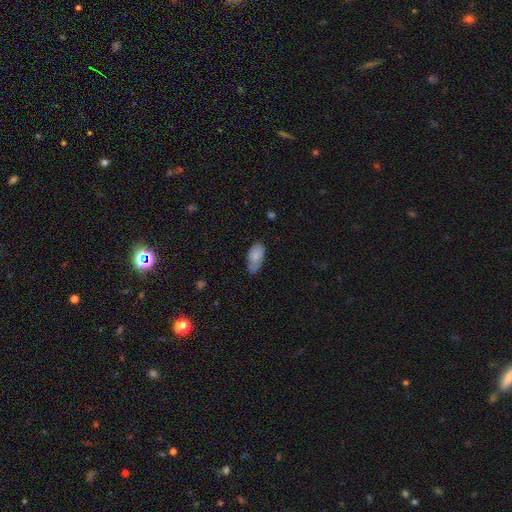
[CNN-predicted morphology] This is clearly a smooth galaxy (82%). How rounded: clearly in between (93%). Merging: possibly none (60%).